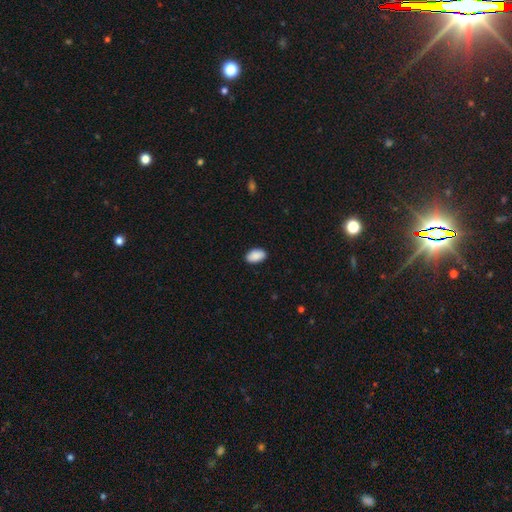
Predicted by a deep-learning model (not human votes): This is clearly a smooth galaxy (90%). How rounded: clearly in between (94%). Merging: clearly none (88%).